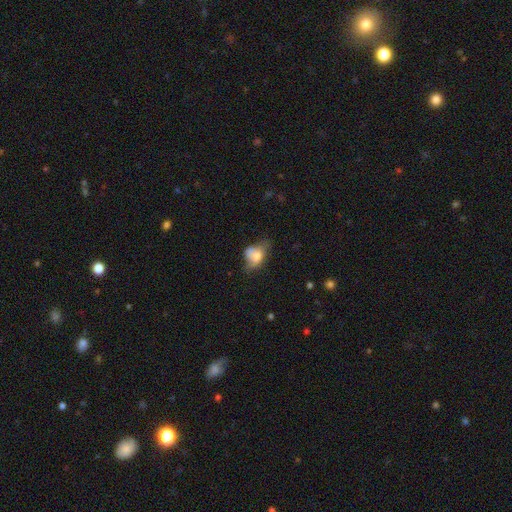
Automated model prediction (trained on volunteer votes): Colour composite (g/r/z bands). It shows a smooth galaxy with no disk features (66%) that is in between round and cigar-shaped (71%). Merging: minor disturbance (36%).